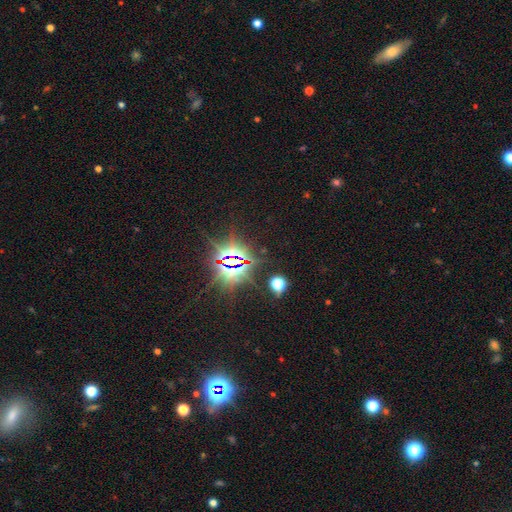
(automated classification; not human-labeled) smooth-or-featured: star or artifact: 84% | smooth: 9% | featured or disk: 8%